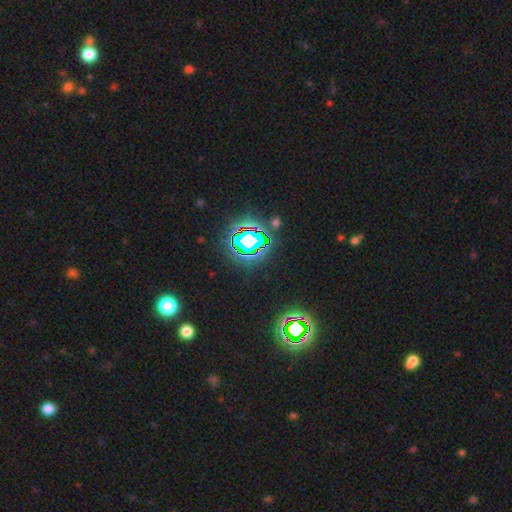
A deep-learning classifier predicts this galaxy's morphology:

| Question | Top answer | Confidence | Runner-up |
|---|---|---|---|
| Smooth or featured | star or artifact | 83% | smooth (10%) |